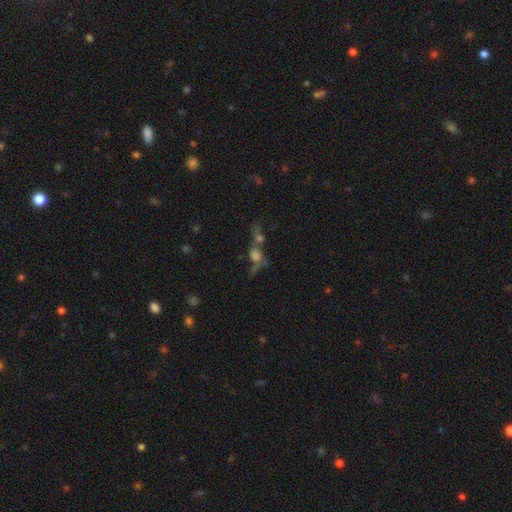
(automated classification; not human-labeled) This is possibly a smooth galaxy (46%). Merging: possibly merger (51%).